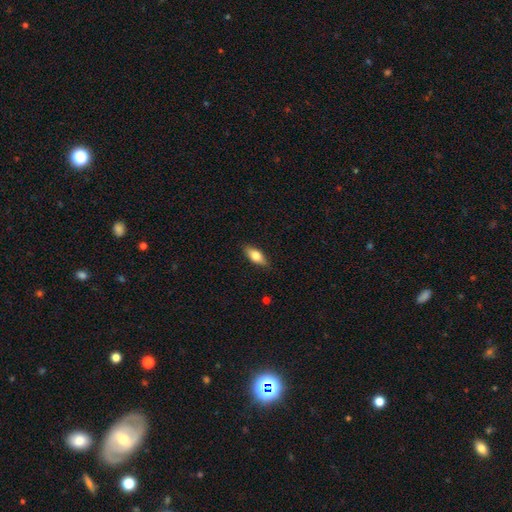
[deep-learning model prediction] This appears to be a smooth galaxy with no disk features (66%) that is in between round and cigar-shaped (74%). Merging: none (86%).